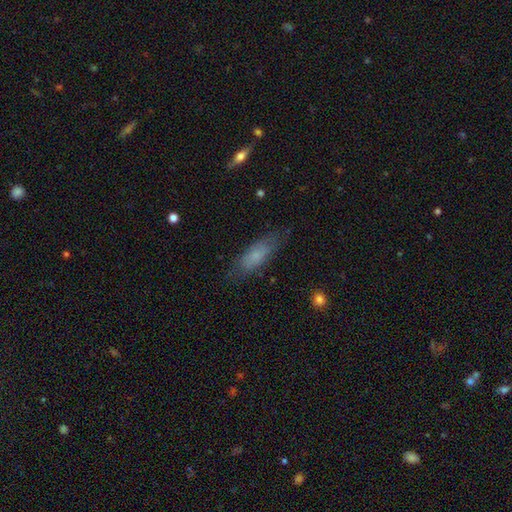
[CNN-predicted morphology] type=smooth (71%); roundness=in between (60%); merging=none (74%).